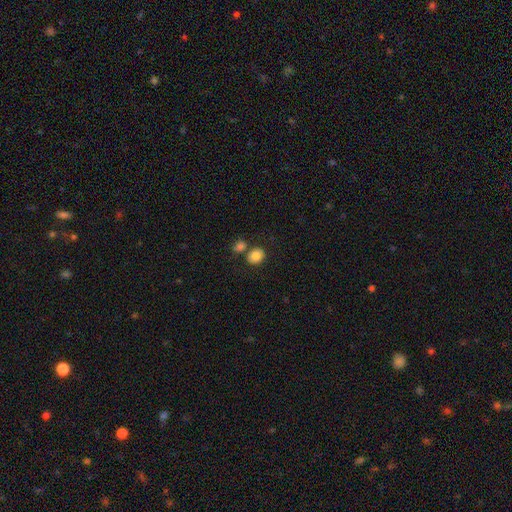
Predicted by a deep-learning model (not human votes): The model was most divided on "how rounded": round: 66%, in between: 34%, cigar-shaped: 1%. More confident: smooth or featured — smooth (83%); merging — none (69%).